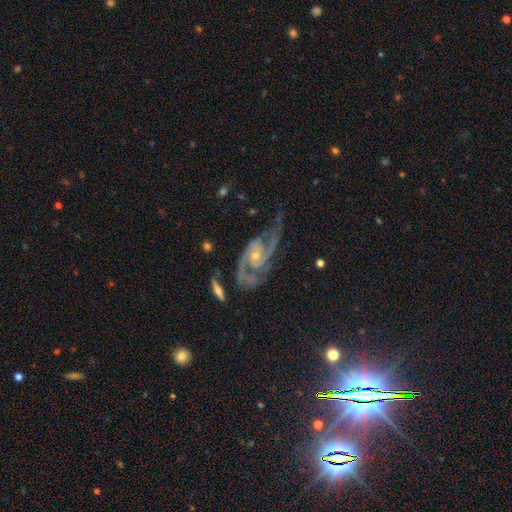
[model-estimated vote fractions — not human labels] Overall: featured or disk (88%). Edge-on disk: no (96%). Bar: no (64%; weak 27%). Spiral arms: yes (97%). Spiral arm count: 2 (73%). Spiral winding: medium (51%; tight 31%). Bulge size: small (68%; moderate 28%). Merging: none (55%; minor disturbance 23%).